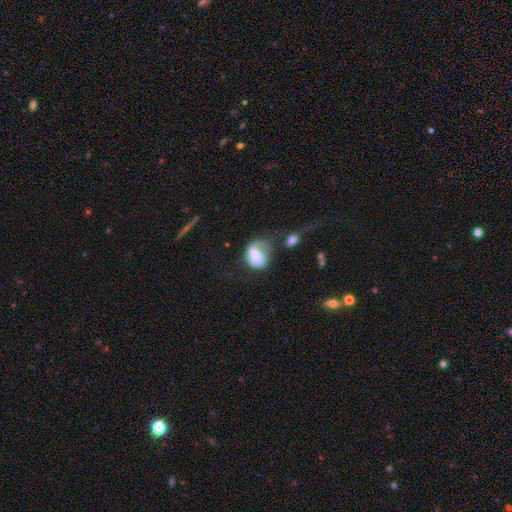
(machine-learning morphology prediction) Smooth or featured?
  - smooth: 52% *
  - featured or disk: 40%
  - star or artifact: 8%
How rounded?
  - in between: 52% *
  - round: 47%
  - cigar-shaped: 1%
Merging?
  - major disturbance: 37% *
  - none: 28%
  - minor disturbance: 23%
  - merger: 12%